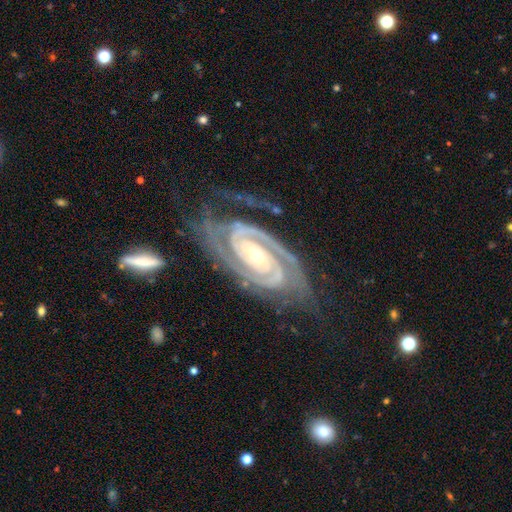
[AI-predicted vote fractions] featured or disk 93%, star or artifact 4%, smooth 2%. Down the decision tree: edge-on disk — no (97%); bar — no (57%); spiral arms — yes (99%); spiral arm count — 2 (81%); spiral winding — tight (80%); bulge size — small (66%); merging — none (68%).